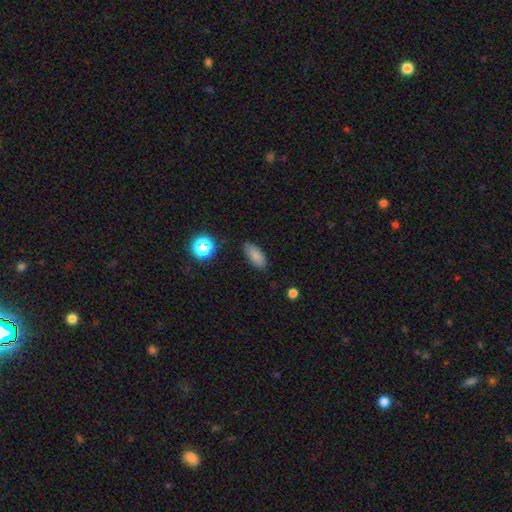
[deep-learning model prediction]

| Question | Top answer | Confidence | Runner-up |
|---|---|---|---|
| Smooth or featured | smooth | 82% | star or artifact (11%) |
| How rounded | in between | 81% | cigar-shaped (15%) |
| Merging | none | 80% | minor disturbance (15%) |